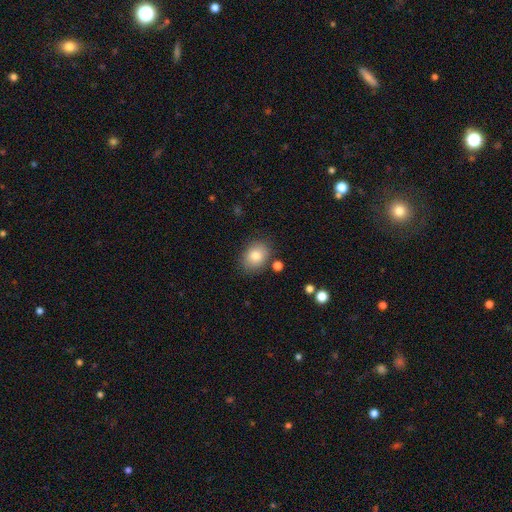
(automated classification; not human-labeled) Smooth or featured? smooth (82%)
How rounded? in between (63%)
Merging? none (81%)